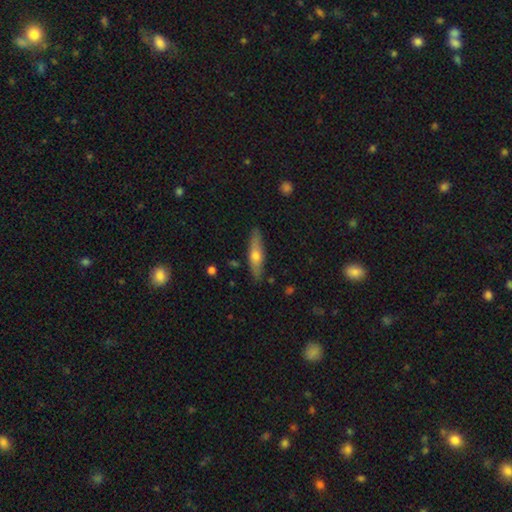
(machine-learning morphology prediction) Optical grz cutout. It shows a smooth galaxy with no disk features (48%). Merging: none (87%).